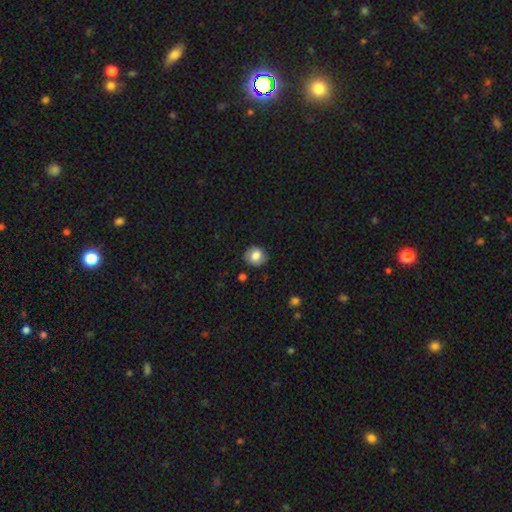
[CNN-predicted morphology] Q: Smooth or featured?
A: smooth (77%); runner-up: featured or disk (14%)
Q: How rounded?
A: round (78%); runner-up: in between (21%)
Q: Merging?
A: none (82%); runner-up: minor disturbance (14%)